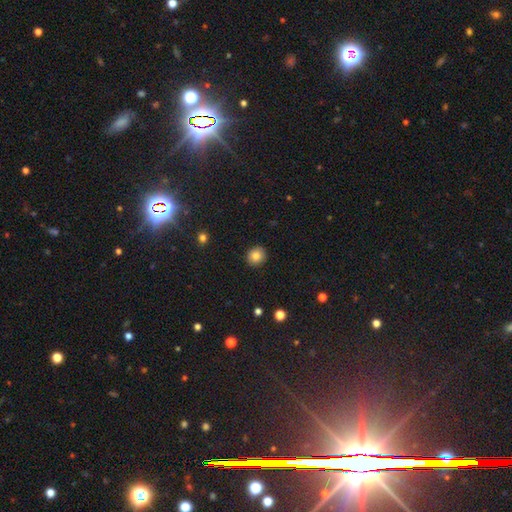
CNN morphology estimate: Smooth or featured? Predicted: smooth (p=0.84). How rounded? Predicted: round (p=0.86). Merging? Predicted: none (p=0.92).